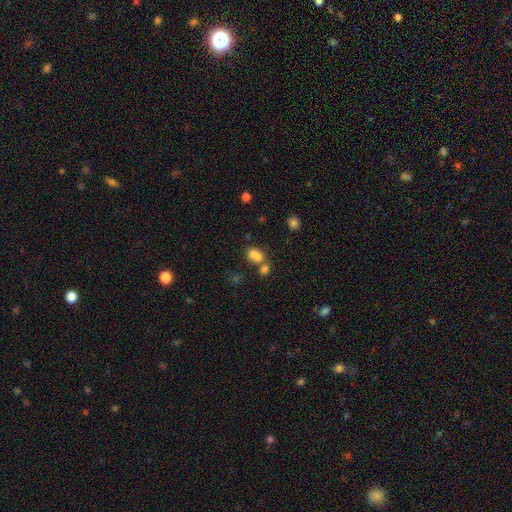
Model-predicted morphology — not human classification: Smooth or featured? Predicted: smooth (p=0.73). How rounded? Predicted: in between (p=0.57). Merging? Predicted: merger (p=0.61).